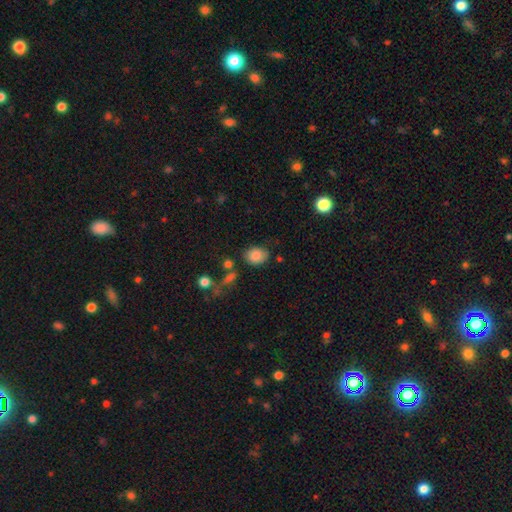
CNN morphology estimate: Smooth or featured?
  - smooth: 84% *
  - star or artifact: 9%
  - featured or disk: 7%
How rounded?
  - in between: 55% *
  - round: 43%
  - cigar-shaped: 1%
Merging?
  - none: 73% *
  - minor disturbance: 17%
  - merger: 5%
  - major disturbance: 5%